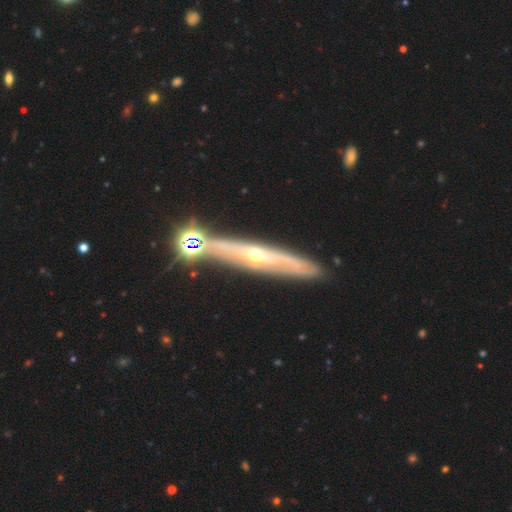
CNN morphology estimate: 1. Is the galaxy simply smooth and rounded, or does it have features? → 78% featured or disk, 14% smooth, 8% star or artifact.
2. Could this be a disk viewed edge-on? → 80% yes, 20% no.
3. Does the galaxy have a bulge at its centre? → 81% rounded, 16% none, 3% boxy.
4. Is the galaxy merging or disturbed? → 74% none, 13% minor disturbance, 9% merger, 4% major disturbance.